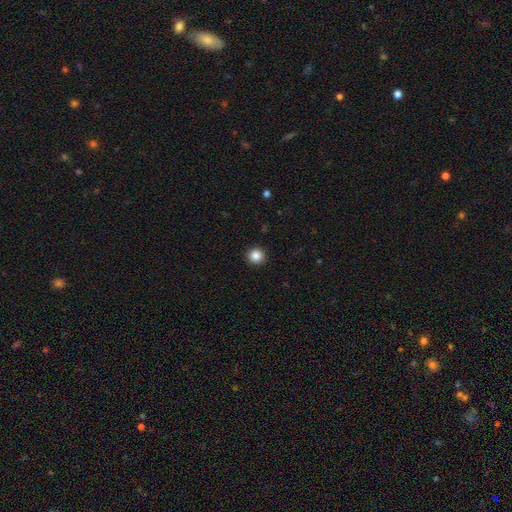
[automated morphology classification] Q: Smooth or featured?
A: smooth (85%); runner-up: star or artifact (11%)
Q: How rounded?
A: round (93%); runner-up: in between (6%)
Q: Merging?
A: none (93%); runner-up: minor disturbance (5%)